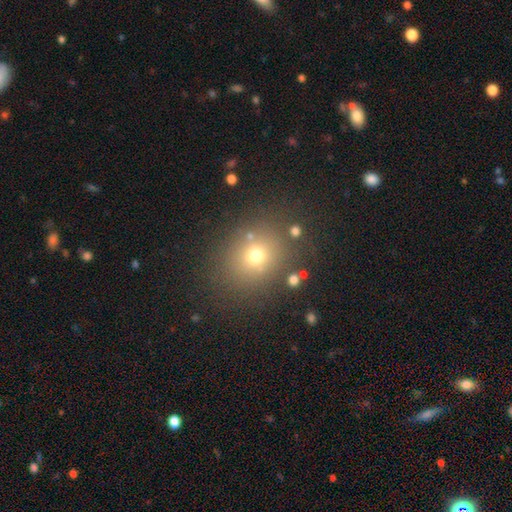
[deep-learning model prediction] Overall: smooth (68%). How rounded: round (64%; in between 35%). Merging: none (80%).